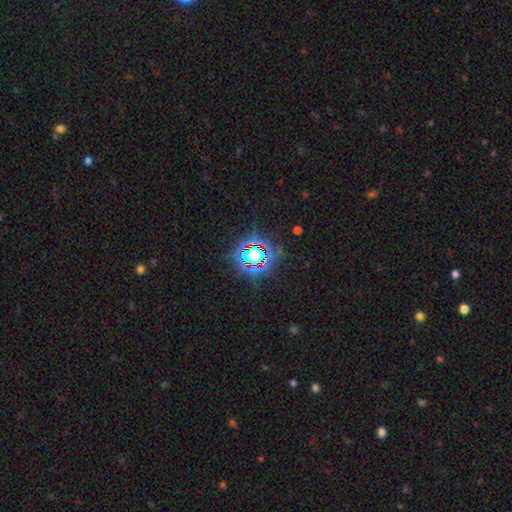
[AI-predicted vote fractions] Smooth or featured? star or artifact (79%)